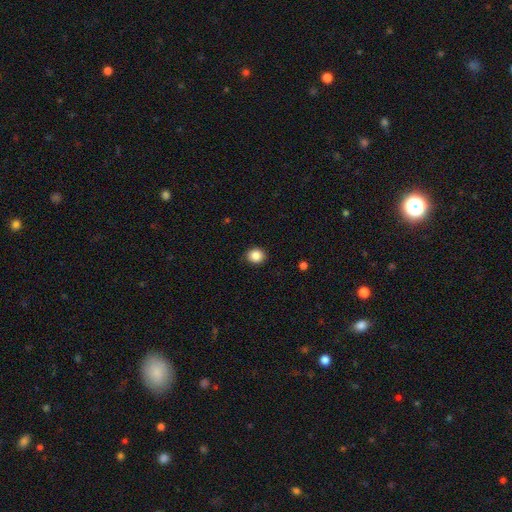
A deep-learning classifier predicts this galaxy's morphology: Smooth or featured?
  - smooth: 86% *
  - star or artifact: 10%
  - featured or disk: 4%
How rounded?
  - round: 79% *
  - in between: 20%
  - cigar-shaped: 1%
Merging?
  - none: 90% *
  - minor disturbance: 7%
  - major disturbance: 2%
  - merger: 1%